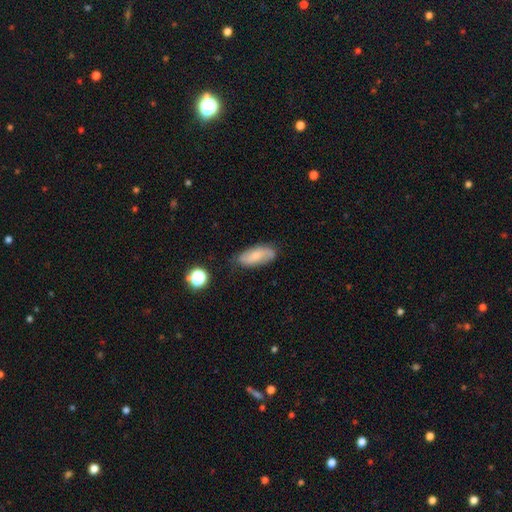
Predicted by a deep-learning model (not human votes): Q: Smooth or featured?
A: smooth (54%); runner-up: featured or disk (37%)
Q: How rounded?
A: in between (82%); runner-up: cigar-shaped (15%)
Q: Merging?
A: none (72%); runner-up: minor disturbance (21%)